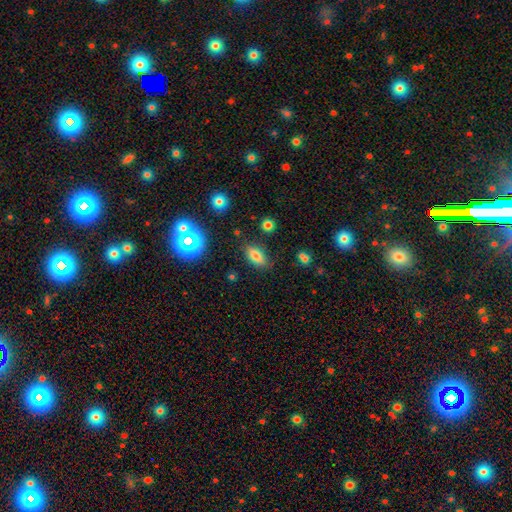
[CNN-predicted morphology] smooth_or_featured: smooth (p=0.73) [alt: star or artifact p=0.14]
how_rounded: in between (p=0.84) [alt: cigar-shaped p=0.09]
merging: none (p=0.82) [alt: minor disturbance p=0.12]